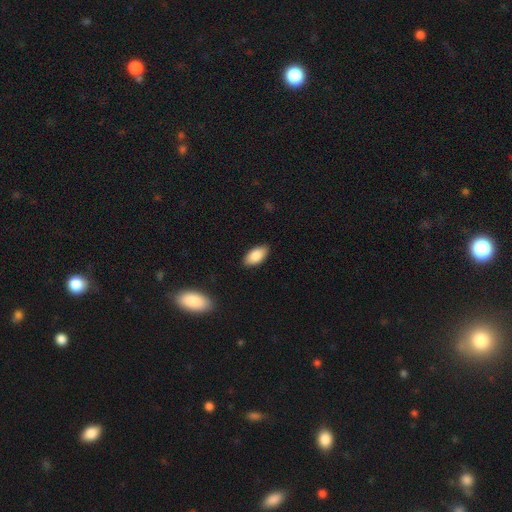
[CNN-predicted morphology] smooth 86%, featured or disk 8%, star or artifact 6%. Down the decision tree: how rounded — in between (93%); merging — none (87%).